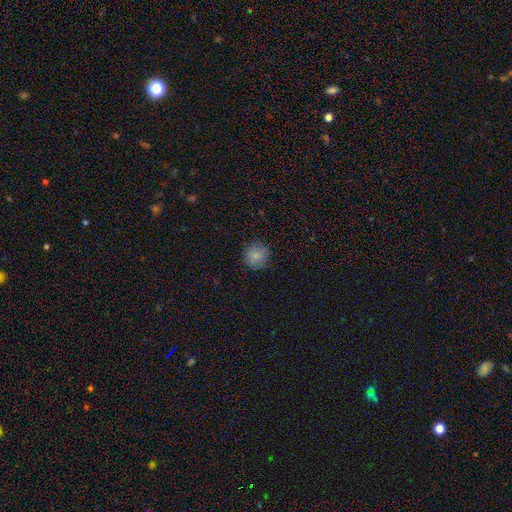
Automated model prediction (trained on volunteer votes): This appears to be a smooth galaxy with no disk features (84%) that is round (91%). Merging: none (84%).